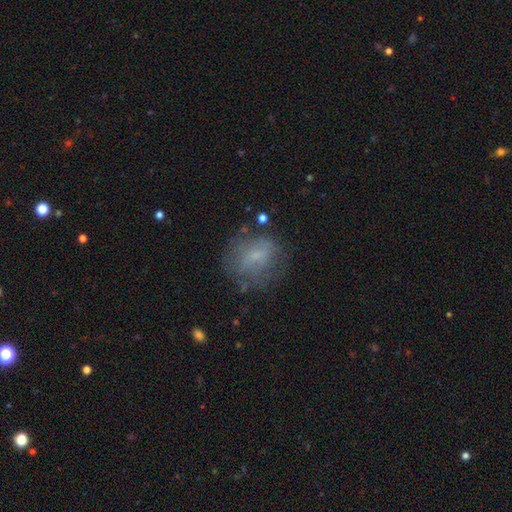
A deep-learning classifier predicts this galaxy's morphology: Smooth or featured?
  - smooth: 53% *
  - featured or disk: 35%
  - star or artifact: 12%
How rounded?
  - round: 59% *
  - in between: 39%
  - cigar-shaped: 2%
Merging?
  - none: 63% *
  - minor disturbance: 22%
  - major disturbance: 13%
  - merger: 3%